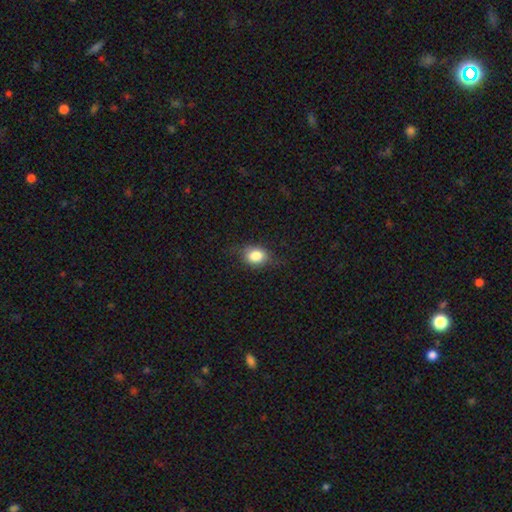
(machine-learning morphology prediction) Smooth or featured? Predicted: smooth (p=0.79). How rounded? Predicted: round (p=0.50). Merging? Predicted: none (p=0.74).